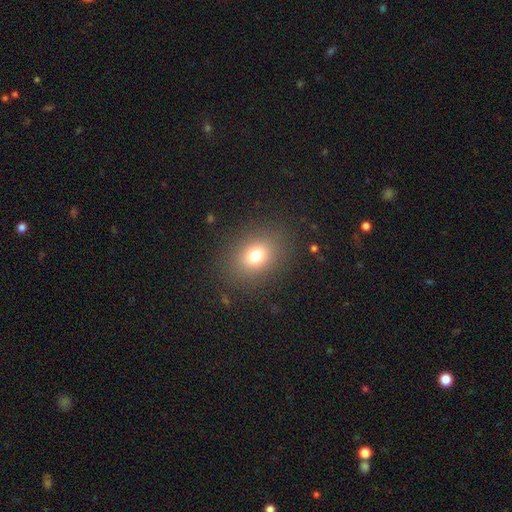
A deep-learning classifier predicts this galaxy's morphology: This is likely a smooth galaxy (75%). How rounded: possibly round (50%). Merging: clearly none (85%).